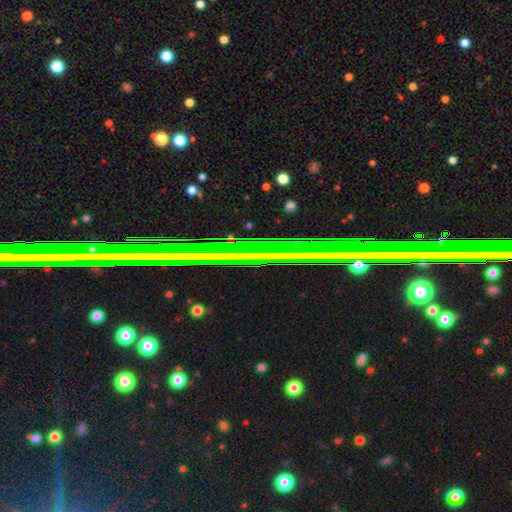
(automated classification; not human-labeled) This appears to be a star or artifact, not a galaxy (67%).